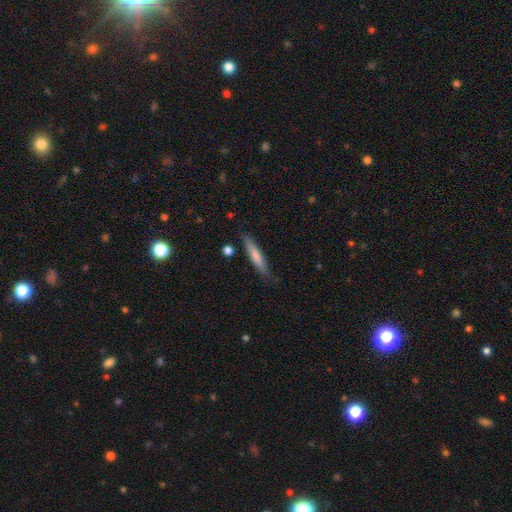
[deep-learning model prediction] Overall: smooth (69%). How rounded: cigar-shaped (90%). Merging: none (82%).